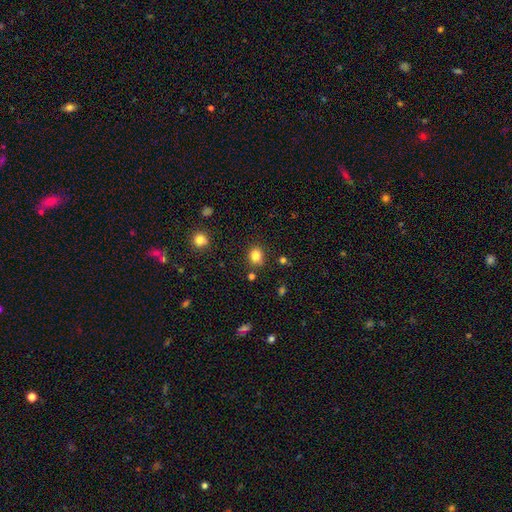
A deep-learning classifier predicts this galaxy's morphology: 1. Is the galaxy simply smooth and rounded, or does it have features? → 82% smooth, 12% star or artifact, 6% featured or disk.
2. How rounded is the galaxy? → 74% round, 25% in between, 1% cigar-shaped.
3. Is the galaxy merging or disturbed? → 81% none, 11% minor disturbance, 5% merger, 3% major disturbance.